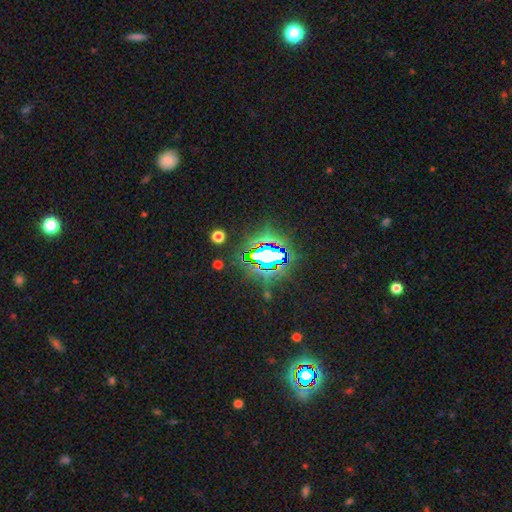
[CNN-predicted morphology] smooth-or-featured: star or artifact: 75% | smooth: 14% | featured or disk: 11%